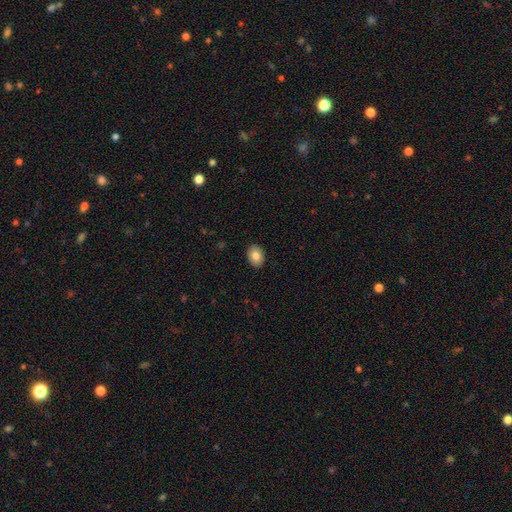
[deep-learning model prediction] smooth-or-featured: smooth: 82% | featured or disk: 10% | star or artifact: 7%
  how-rounded: in between: 76% | round: 24% | cigar-shaped: 1%
  merging: none: 90% | minor disturbance: 7% | major disturbance: 2% | merger: 1%